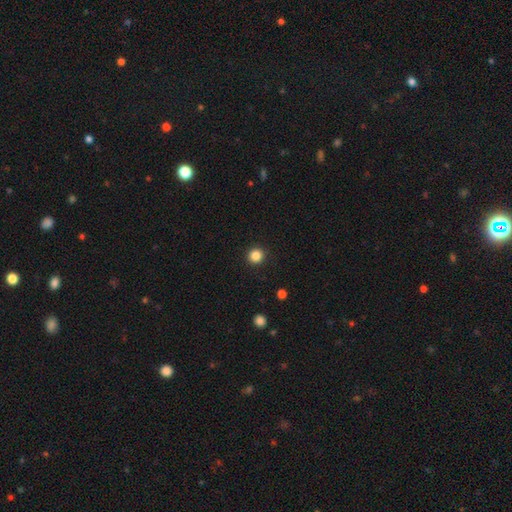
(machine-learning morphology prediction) This appears to be a smooth galaxy with no disk features (85%) that is round (95%). Merging: none (93%).